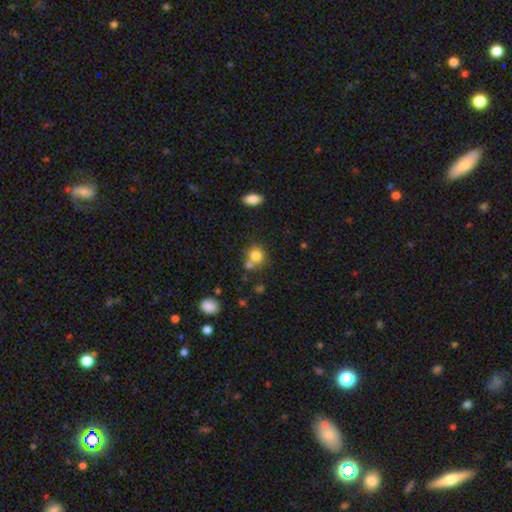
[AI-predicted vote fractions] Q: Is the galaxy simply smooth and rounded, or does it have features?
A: smooth — 80%.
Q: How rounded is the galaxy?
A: round — 81%.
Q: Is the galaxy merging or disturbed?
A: none — 54%.